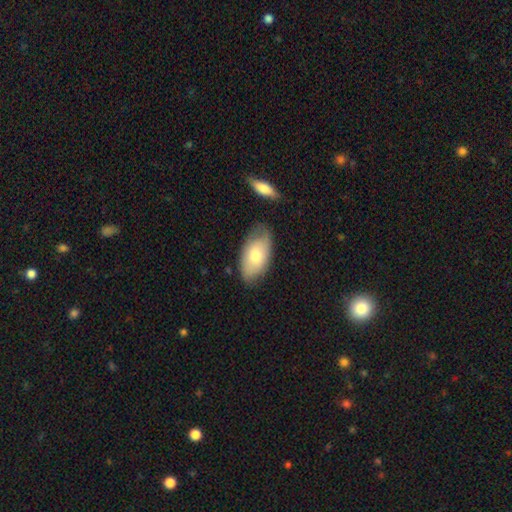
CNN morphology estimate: A smooth galaxy with no disk features (70%) that is in between round and cigar-shaped (94%).

Vote fractions:
- Smooth or featured? smooth: 70% / featured or disk: 24% / star or artifact: 6%
- How rounded? in between: 94% / round: 4% / cigar-shaped: 2%
- Merging? none: 70% / minor disturbance: 22% / major disturbance: 5% / merger: 3%